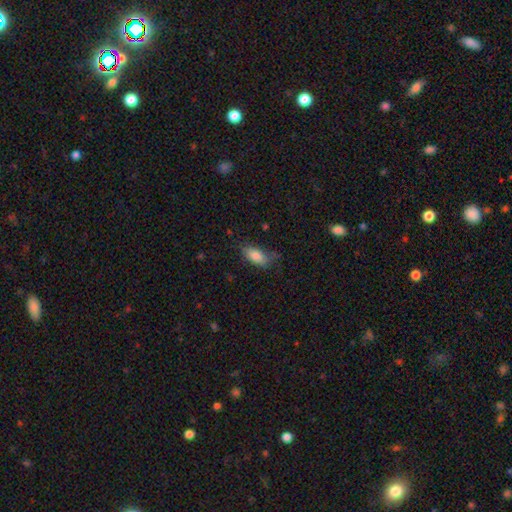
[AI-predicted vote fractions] smooth-or-featured: smooth: 82% | featured or disk: 11% | star or artifact: 7%
  how-rounded: in between: 87% | cigar-shaped: 10% | round: 3%
  merging: none: 61% | minor disturbance: 28% | major disturbance: 9% | merger: 2%